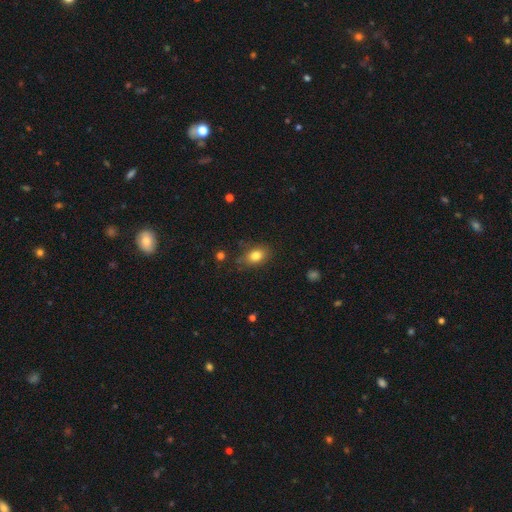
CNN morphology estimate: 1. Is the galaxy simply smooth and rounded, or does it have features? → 81% smooth, 10% star or artifact, 9% featured or disk.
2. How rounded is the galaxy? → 72% in between, 26% round, 2% cigar-shaped.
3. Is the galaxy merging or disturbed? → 77% none, 17% minor disturbance, 4% major disturbance, 2% merger.